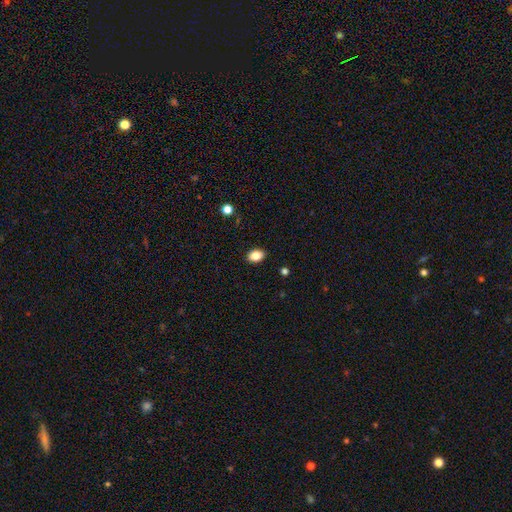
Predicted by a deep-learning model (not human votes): smooth-or-featured: smooth: 86% | star or artifact: 9% | featured or disk: 5%
  how-rounded: in between: 81% | round: 18% | cigar-shaped: 1%
  merging: none: 89% | minor disturbance: 8% | major disturbance: 2% | merger: 1%